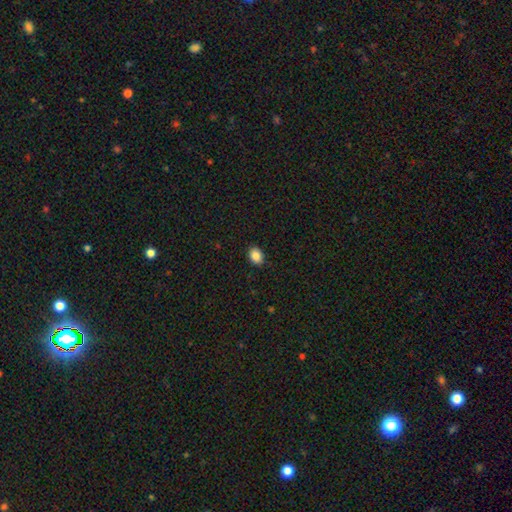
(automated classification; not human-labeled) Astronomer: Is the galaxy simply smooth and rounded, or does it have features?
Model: smooth — 87%.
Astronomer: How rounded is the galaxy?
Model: in between — 71%.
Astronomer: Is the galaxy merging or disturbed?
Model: none — 89%.